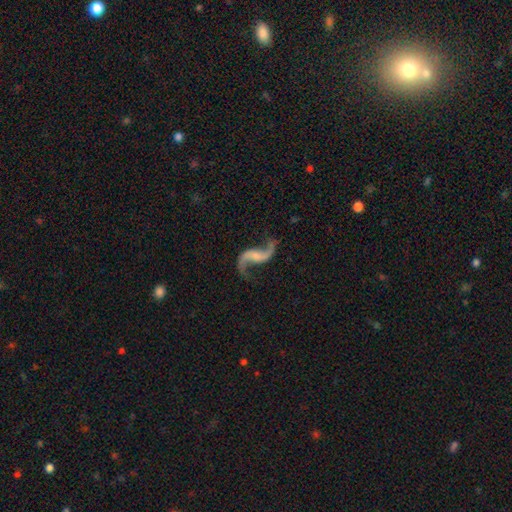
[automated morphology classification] Q: Smooth or featured?
A: featured or disk (90%); runner-up: star or artifact (5%)
Q: Edge-on disk?
A: no (97%); runner-up: yes (3%)
Q: Bar?
A: no (42%); runner-up: weak (39%)
Q: Spiral arms?
A: yes (97%); runner-up: no (3%)
Q: Spiral winding?
A: loose (91%); runner-up: medium (7%)
Q: Spiral arm count?
A: 2 (94%); runner-up: 1 (2%)
Q: Bulge size?
A: none (53%); runner-up: small (26%)
Q: Merging?
A: none (77%); runner-up: minor disturbance (12%)